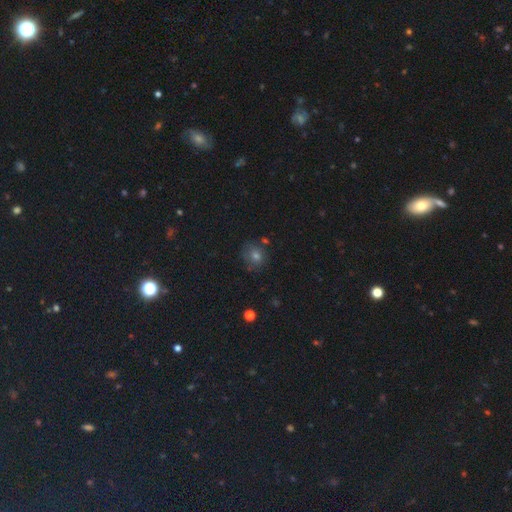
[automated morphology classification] A smooth galaxy with no disk features (63%) that is round (79%). Merging: none (75%).